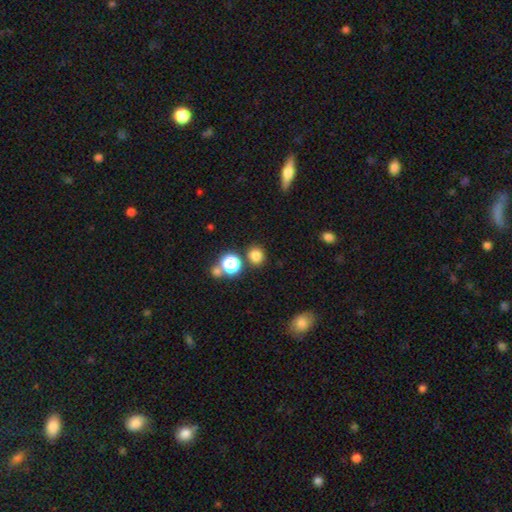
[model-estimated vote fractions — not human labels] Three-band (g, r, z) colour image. It shows a smooth galaxy with no disk features (78%) that is round (87%). Merging: none (83%).